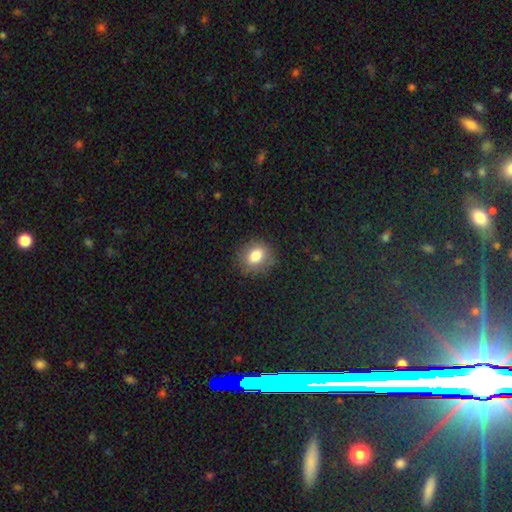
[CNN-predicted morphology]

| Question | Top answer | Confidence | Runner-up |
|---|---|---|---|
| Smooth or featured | smooth | 80% | star or artifact (11%) |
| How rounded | round | 60% | in between (39%) |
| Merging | none | 80% | minor disturbance (14%) |